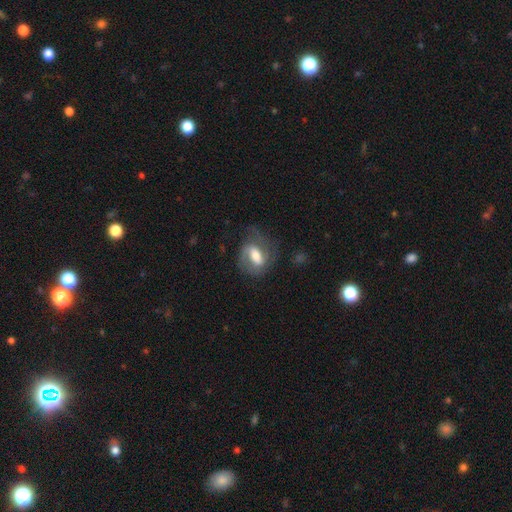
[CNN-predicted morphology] smooth-or-featured: featured or disk: 59% | smooth: 34% | star or artifact: 7%
  disk-edge-on: no: 94% | yes: 6%
    bar: weak: 46% | strong: 33% | no: 22%
    has-spiral-arms: yes: 81% | no: 19%
    bulge-size: moderate: 45% | large: 35% | small: 12% | none: 4% | dominant: 3%
  merging: none: 53% | minor disturbance: 24% | major disturbance: 21% | merger: 2%